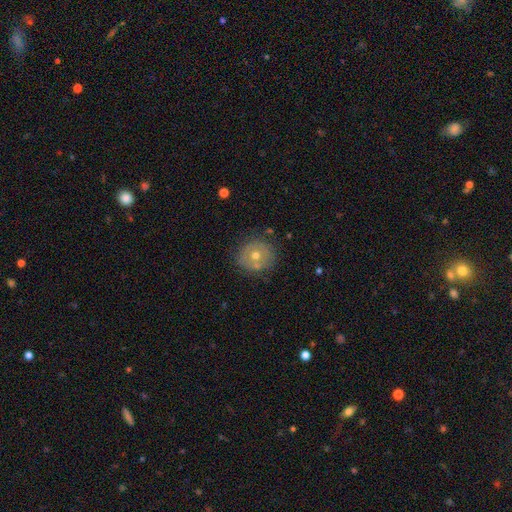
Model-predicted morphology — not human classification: This is possibly a smooth galaxy (46%). Merging: likely none (78%).